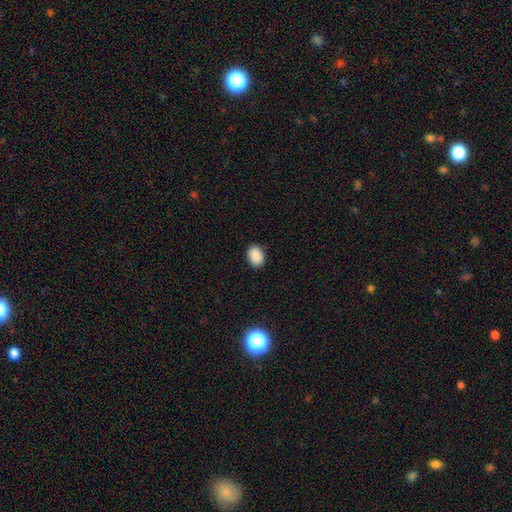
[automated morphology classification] This is clearly a smooth galaxy (89%). How rounded: likely in between (74%). Merging: clearly none (89%).